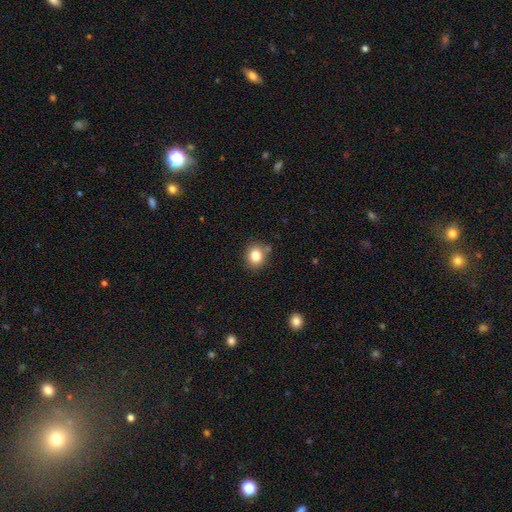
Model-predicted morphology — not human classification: This appears to be a smooth galaxy with no disk features (82%) that is round (77%). Merging: none (80%).